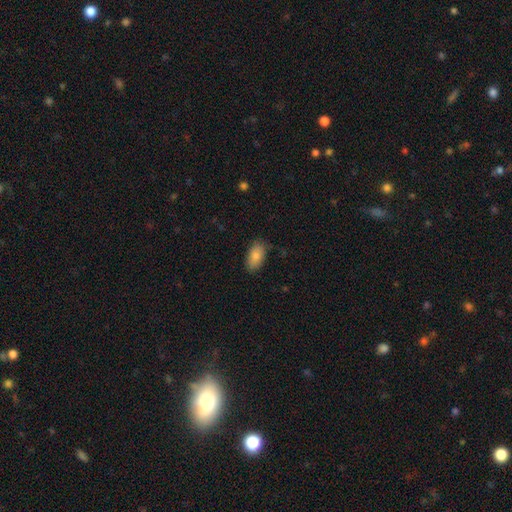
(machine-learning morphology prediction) This is clearly a smooth galaxy (85%). How rounded: clearly in between (94%). Merging: likely none (79%).